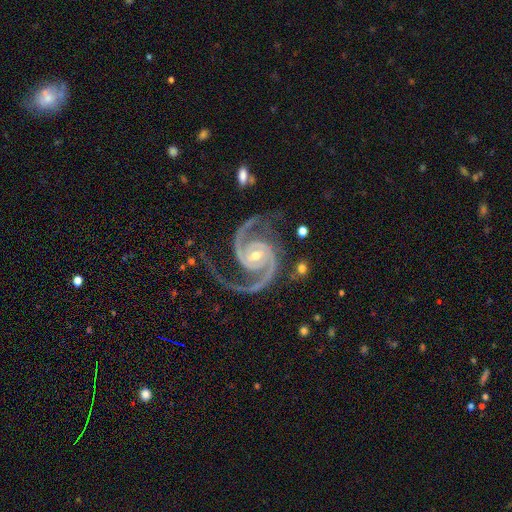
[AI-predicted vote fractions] Smooth or featured: featured or disk — 95% (star or artifact — 4%)
Edge-on disk: no — 98% (yes — 2%)
Bar: no — 49% (weak — 33%)
Spiral arms: yes — 99% (no — 1%)
Spiral winding: medium — 57% (tight — 32%)
Spiral arm count: 2 — 87% (3 — 6%)
Bulge size: moderate — 50% (small — 46%)
Merging: none — 70% (minor disturbance — 17%)